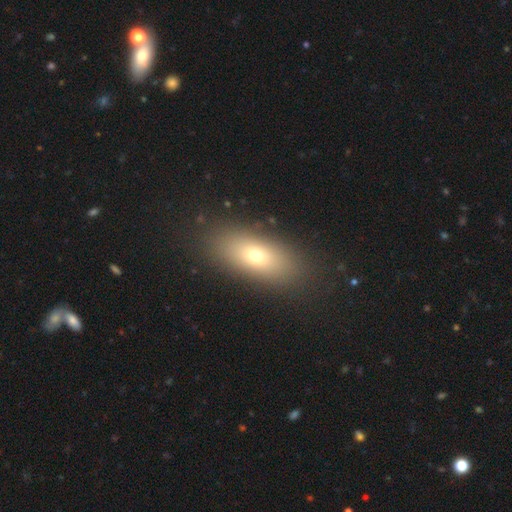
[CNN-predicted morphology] Overall: smooth (68%). How rounded: in between (77%). Merging: none (87%).